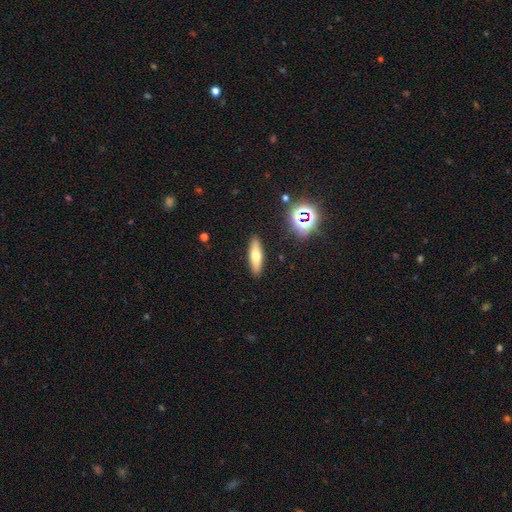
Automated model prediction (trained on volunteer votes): Smooth or featured? Predicted: smooth (p=0.64). How rounded? Predicted: cigar-shaped (p=0.57). Merging? Predicted: none (p=0.89).